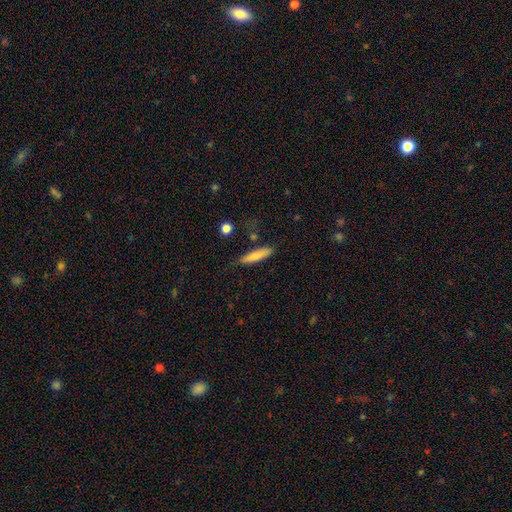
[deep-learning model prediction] Smooth or featured? smooth (72%)
How rounded? cigar-shaped (82%)
Merging? none (80%)